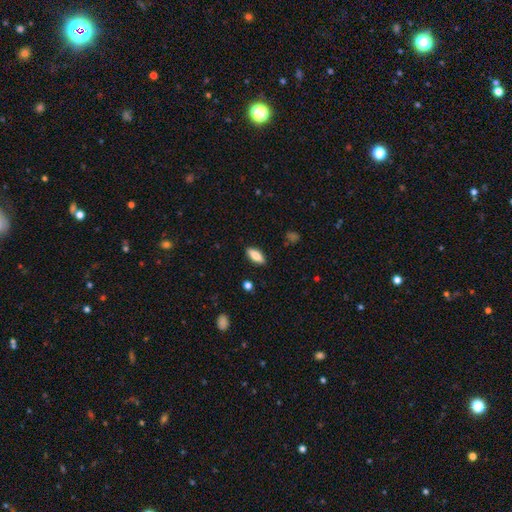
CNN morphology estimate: Smooth or featured?
  - smooth: 80% *
  - featured or disk: 13%
  - star or artifact: 7%
How rounded?
  - in between: 75% *
  - cigar-shaped: 23%
  - round: 2%
Merging?
  - none: 88% *
  - minor disturbance: 9%
  - major disturbance: 2%
  - merger: 1%